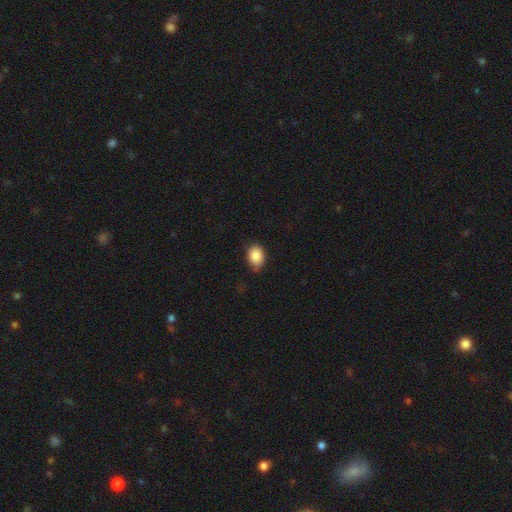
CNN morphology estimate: type=smooth (85%); roundness=in between (63%); merging=none (71%).